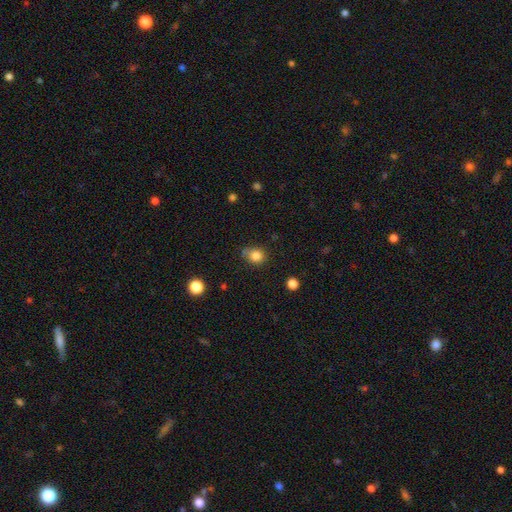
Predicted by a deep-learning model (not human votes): A smooth galaxy with no disk features (83%) that is round (78%).

Vote fractions:
- Smooth or featured? smooth: 83% / star or artifact: 12% / featured or disk: 5%
- How rounded? round: 78% / in between: 21% / cigar-shaped: 1%
- Merging? none: 67% / minor disturbance: 22% / merger: 6% / major disturbance: 5%